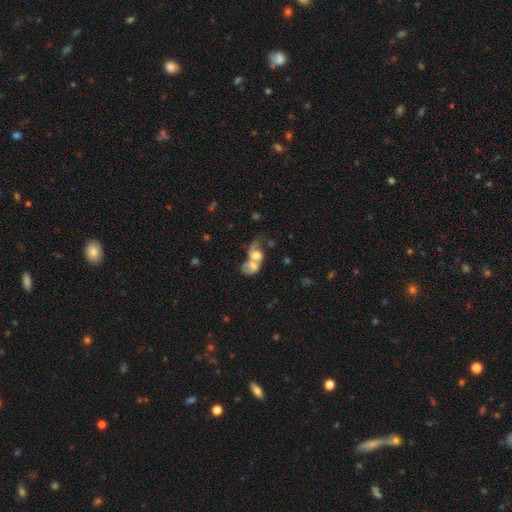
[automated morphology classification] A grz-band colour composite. It shows a smooth galaxy with no disk features (46%). Merging: merger (79%).